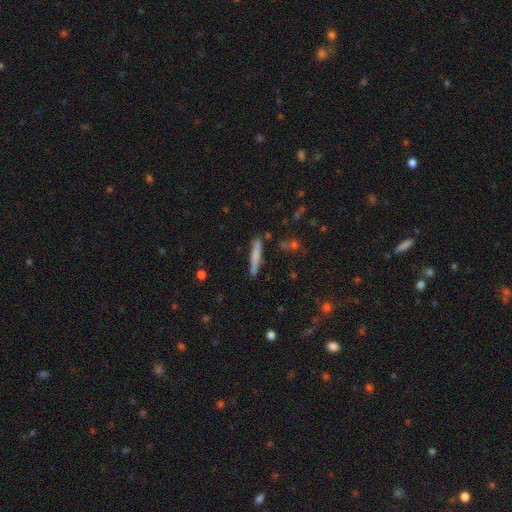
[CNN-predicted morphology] Smooth or featured? Predicted: smooth (p=0.68). How rounded? Predicted: cigar-shaped (p=0.94). Merging? Predicted: none (p=0.84).